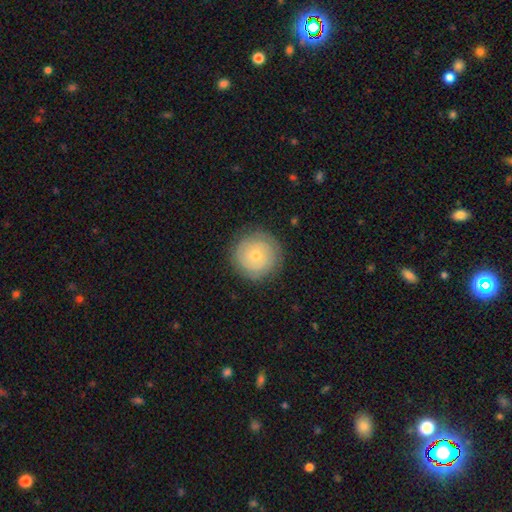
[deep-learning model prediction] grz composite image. It shows a featured or disk galaxy (57%) with no bar (84%), spiral arms (80%) and a small central bulge (54%). Merging: none (87%).